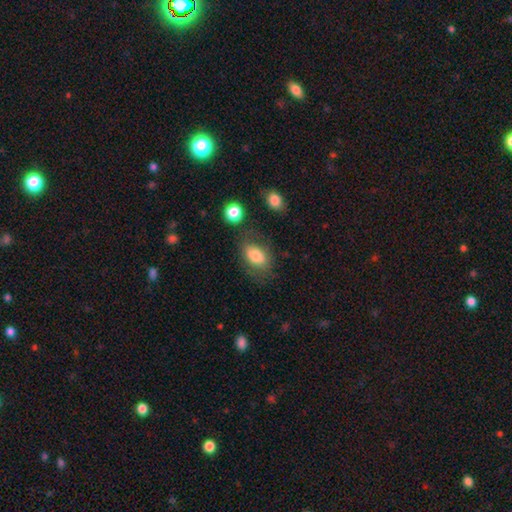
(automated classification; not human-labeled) This is likely a smooth galaxy (79%). How rounded: clearly in between (87%). Merging: likely none (63%).